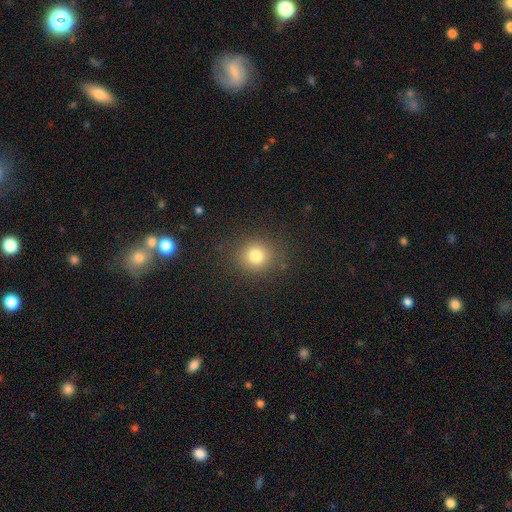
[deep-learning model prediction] Smooth or featured: smooth — 79% (star or artifact — 14%)
How rounded: round — 83% (in between — 17%)
Merging: none — 87% (minor disturbance — 8%)